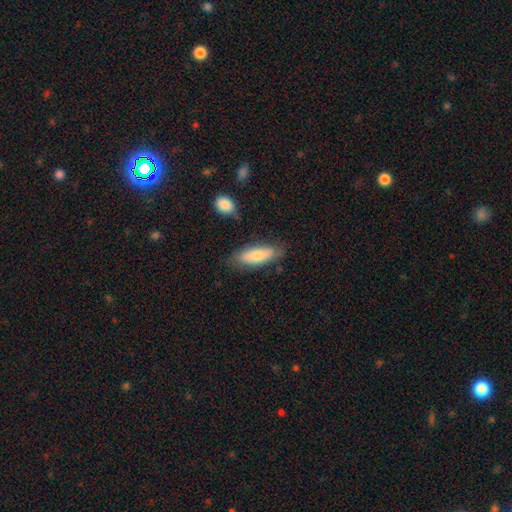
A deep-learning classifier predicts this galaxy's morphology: This appears to be a smooth galaxy with no disk features (76%) that is in between round and cigar-shaped (66%). Merging: none (74%).